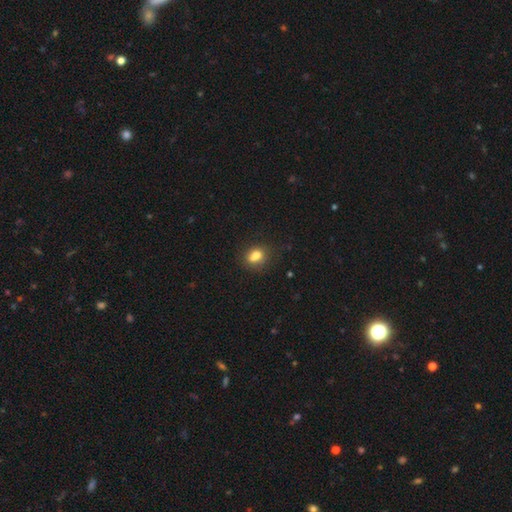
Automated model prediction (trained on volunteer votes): A smooth galaxy with no disk features (76%) that is in between round and cigar-shaped (56%). Merging: none (57%).